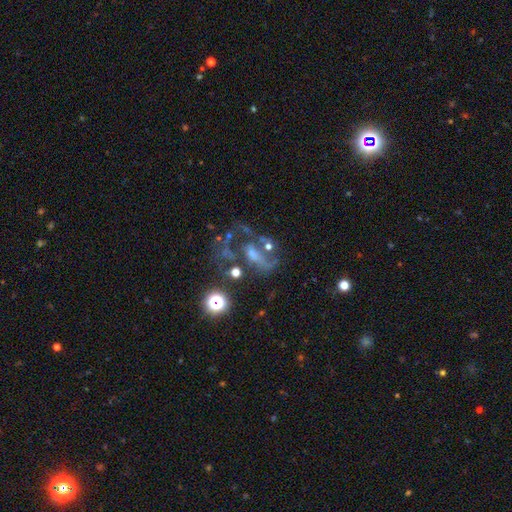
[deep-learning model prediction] Smooth or featured? Predicted: featured or disk (p=0.62). Edge-on disk? Predicted: no (p=0.93). Bar? Predicted: no (p=0.46). Spiral arms? Predicted: yes (p=0.60). Bulge size? Predicted: small (p=0.41). Merging? Predicted: none (p=0.36).